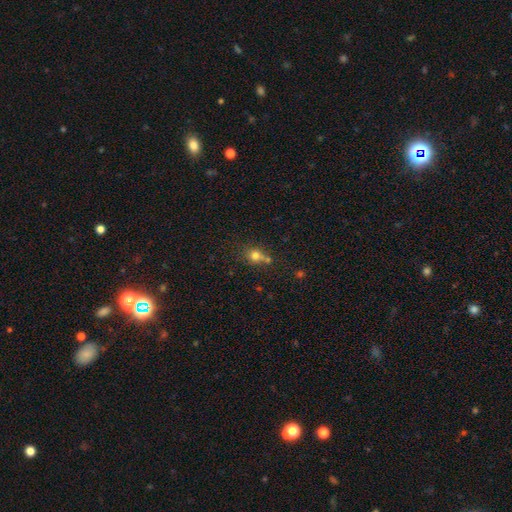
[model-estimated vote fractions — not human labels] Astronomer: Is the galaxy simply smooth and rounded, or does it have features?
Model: smooth — 74%.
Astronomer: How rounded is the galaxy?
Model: round — 76%.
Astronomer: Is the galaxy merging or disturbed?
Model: none — 50% (runner-up: merger, 29%).